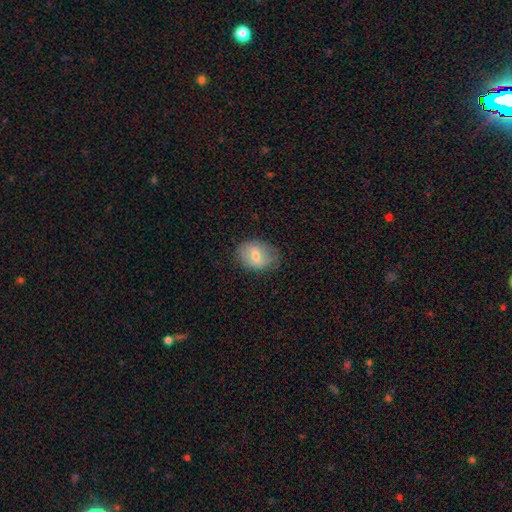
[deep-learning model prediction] The model was most divided on "how rounded": in between: 63%, round: 36%, cigar-shaped: 1%. More confident: merging — none (72%); smooth or featured — smooth (61%).